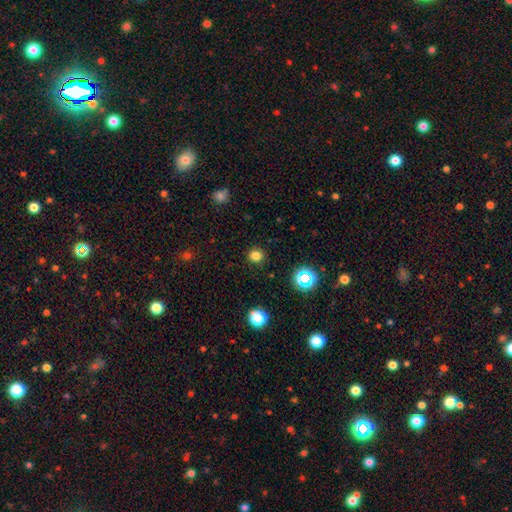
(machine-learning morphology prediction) A smooth galaxy with no disk features (79%) that is round (90%). Merging: none (90%).